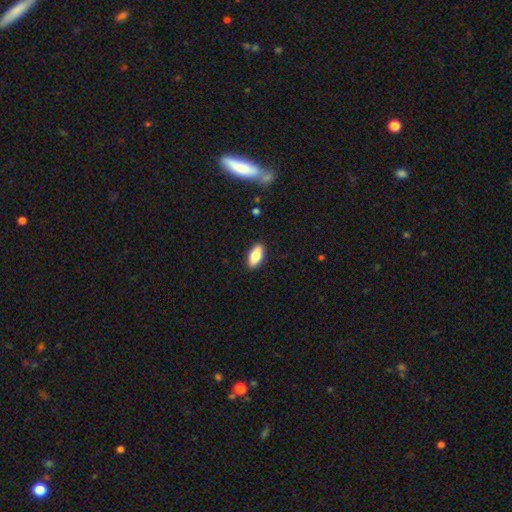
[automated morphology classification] smooth-or-featured: smooth: 81% | featured or disk: 13% | star or artifact: 7%
  how-rounded: in between: 88% | cigar-shaped: 10% | round: 3%
  merging: none: 90% | minor disturbance: 8% | major disturbance: 2% | merger: 1%